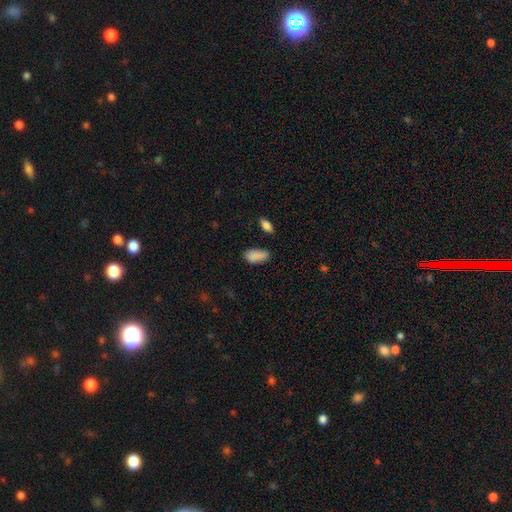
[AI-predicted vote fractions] A smooth galaxy with no disk features (87%) that is in between round and cigar-shaped (88%).

Vote fractions:
- Smooth or featured? smooth: 87% / star or artifact: 8% / featured or disk: 5%
- How rounded? in between: 88% / cigar-shaped: 9% / round: 3%
- Merging? none: 68% / minor disturbance: 23% / major disturbance: 5% / merger: 4%